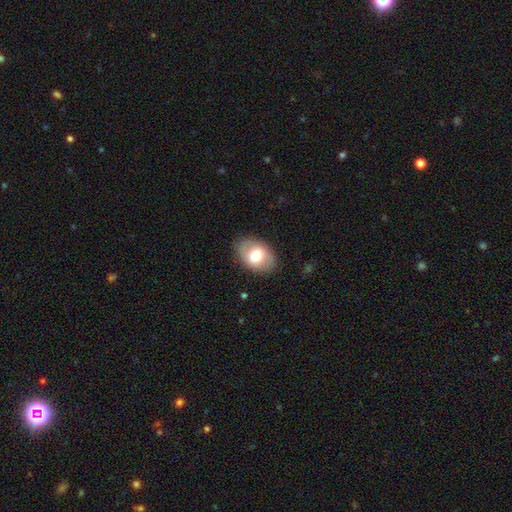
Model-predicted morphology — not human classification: The model was most divided on "smooth or featured": smooth: 67%, featured or disk: 27%, star or artifact: 7%. More confident: how rounded — in between (85%); merging — none (83%).